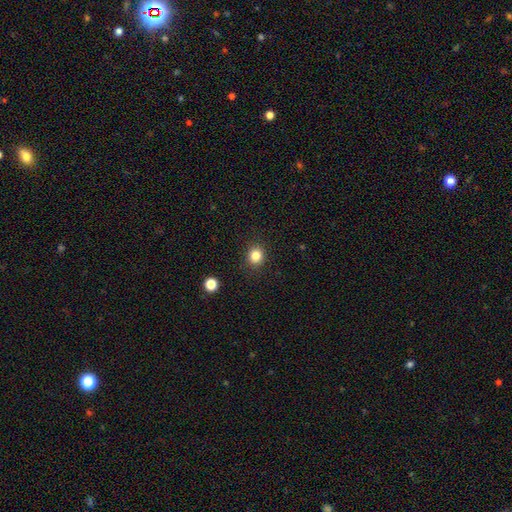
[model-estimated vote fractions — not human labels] The model was most divided on "how rounded": round: 84%, in between: 16%, cigar-shaped: 1%. More confident: merging — none (90%); smooth or featured — smooth (83%).